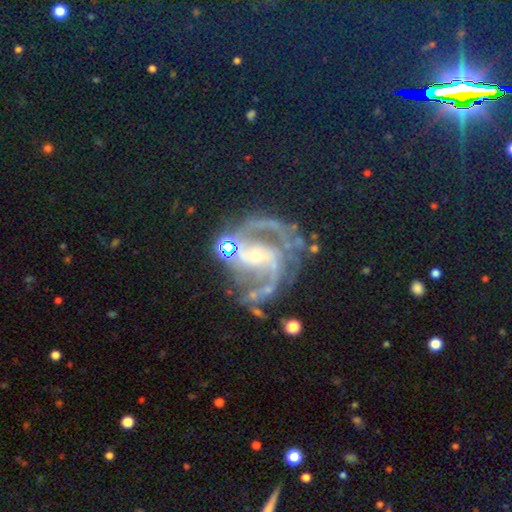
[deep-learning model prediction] A featured or disk galaxy (90%) with no bar (41%), 2 (71%) medium (58%) spiral arms (98%) and a small central bulge (62%).

Vote fractions:
- Smooth or featured? featured or disk: 90% / star or artifact: 8% / smooth: 3%
- Edge-on disk? no: 98% / yes: 2%
- Bar? no: 41% / weak: 36% / strong: 23%
- Spiral arms? yes: 98% / no: 2%
- Spiral winding? medium: 58% / tight: 25% / loose: 16%
- Spiral arm count? 2: 71% / 3: 12% / can't tell: 6% / 4: 4% / 1: 4% / more than 4: 3%
- Bulge size? small: 62% / moderate: 34% / large: 2% / none: 1% / dominant: 1%
- Merging? none: 60% / minor disturbance: 20% / major disturbance: 14% / merger: 6%